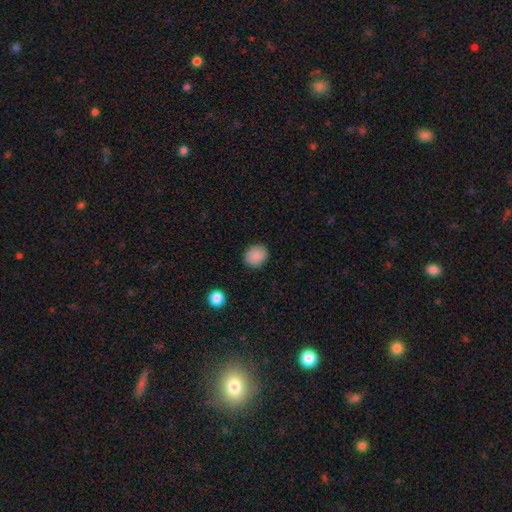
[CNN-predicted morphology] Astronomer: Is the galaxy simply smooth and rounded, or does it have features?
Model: smooth — 88%.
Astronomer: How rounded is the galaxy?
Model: round — 77%.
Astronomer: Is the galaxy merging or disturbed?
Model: none — 89%.